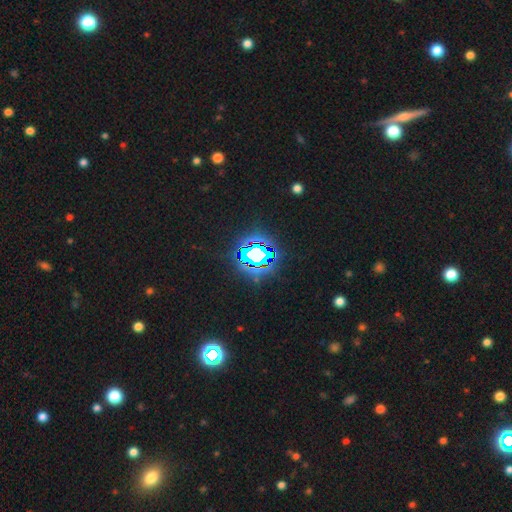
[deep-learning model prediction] Morphology: type=star or artifact (71%).